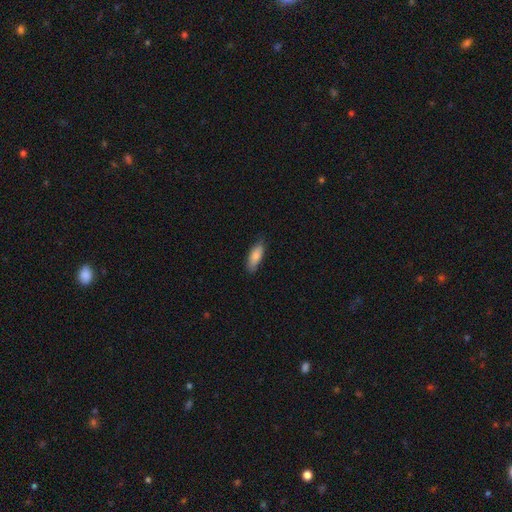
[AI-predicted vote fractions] smooth_or_featured: smooth (p=0.82) [alt: featured or disk p=0.12]
how_rounded: in between (p=0.70) [alt: cigar-shaped p=0.28]
merging: none (p=0.80) [alt: minor disturbance p=0.17]